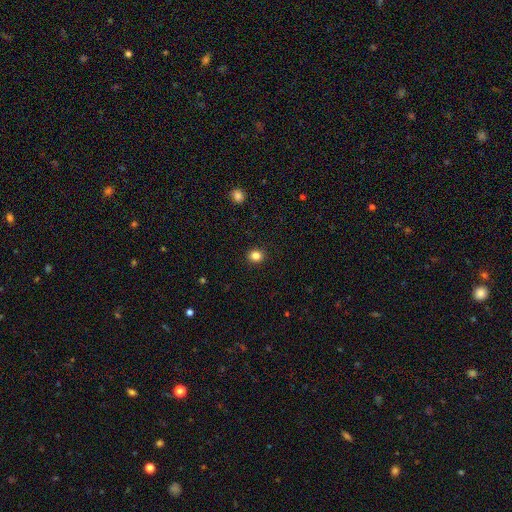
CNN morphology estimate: This is clearly a smooth galaxy (84%). How rounded: likely round (76%). Merging: clearly none (92%).